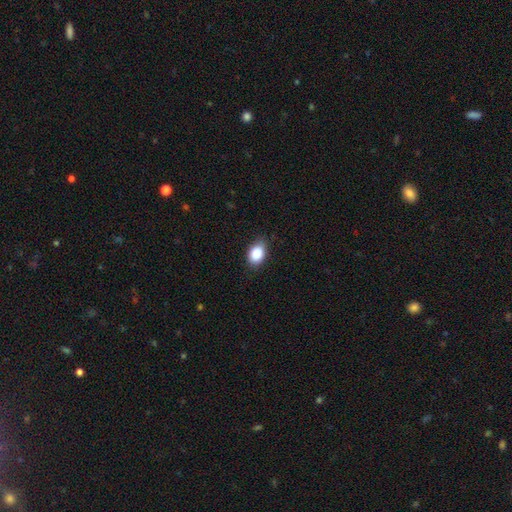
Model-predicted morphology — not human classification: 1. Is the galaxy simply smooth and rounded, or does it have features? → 87% smooth, 8% star or artifact, 5% featured or disk.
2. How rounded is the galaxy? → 81% in between, 17% round, 1% cigar-shaped.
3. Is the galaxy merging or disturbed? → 79% none, 17% minor disturbance, 3% major disturbance, 1% merger.